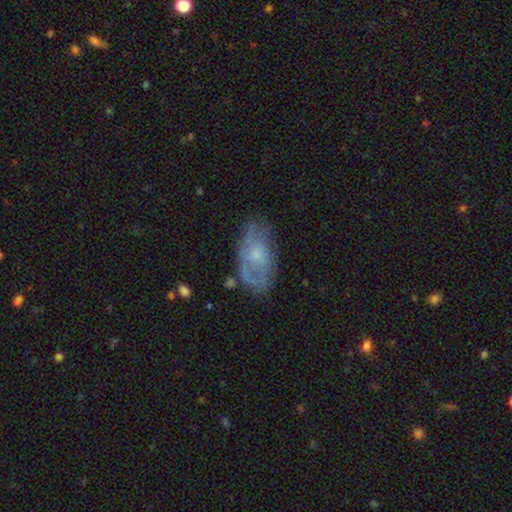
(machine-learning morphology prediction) Smooth or featured?
  - featured or disk: 55% *
  - smooth: 37%
  - star or artifact: 8%
Edge-on disk?
  - no: 92% *
  - yes: 8%
Bar?
  - no: 80% *
  - weak: 17%
  - strong: 2%
Spiral arms?
  - yes: 58% *
  - no: 42%
Bulge size?
  - small: 57% *
  - moderate: 32%
  - none: 9%
  - large: 2%
  - dominant: 1%
Merging?
  - none: 59% *
  - minor disturbance: 27%
  - major disturbance: 12%
  - merger: 3%